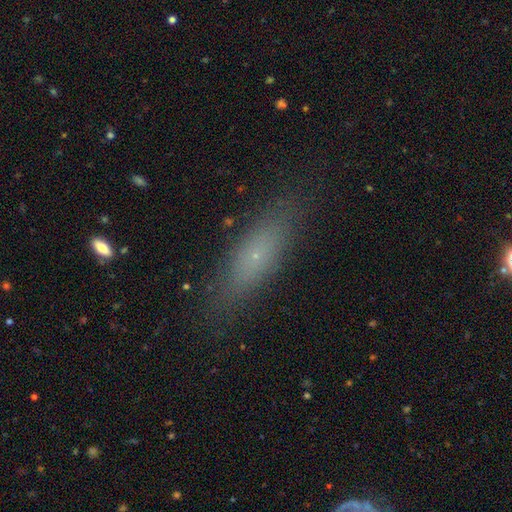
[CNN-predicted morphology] Overall: smooth (63%; featured or disk 25%). How rounded: cigar-shaped (56%; in between 41%). Merging: none (85%).